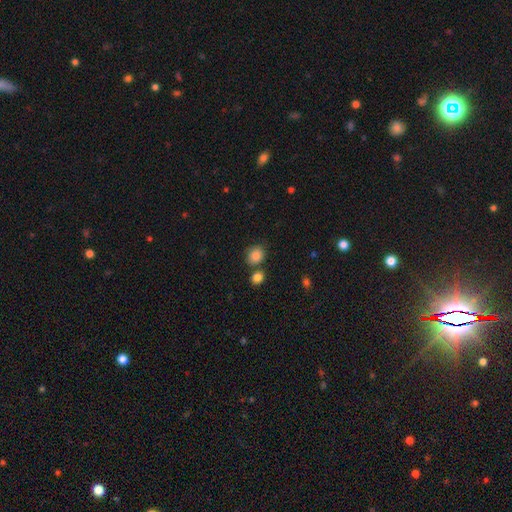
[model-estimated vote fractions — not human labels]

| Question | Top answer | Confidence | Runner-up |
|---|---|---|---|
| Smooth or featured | smooth | 84% | star or artifact (10%) |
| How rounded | round | 67% | in between (32%) |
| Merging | none | 70% | merger (16%) |